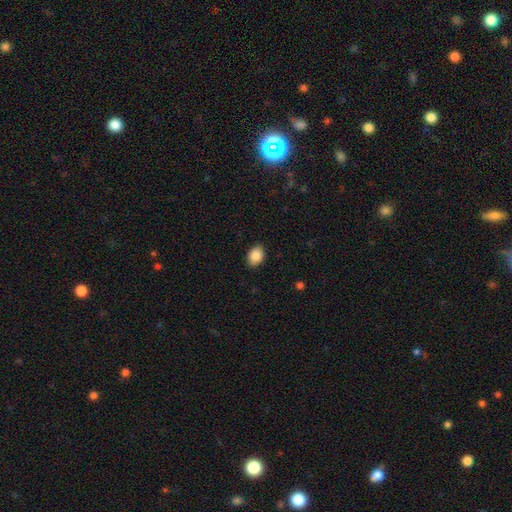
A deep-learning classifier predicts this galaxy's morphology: smooth 89%, star or artifact 8%, featured or disk 3%. Down the decision tree: how rounded — in between (72%); merging — none (88%).